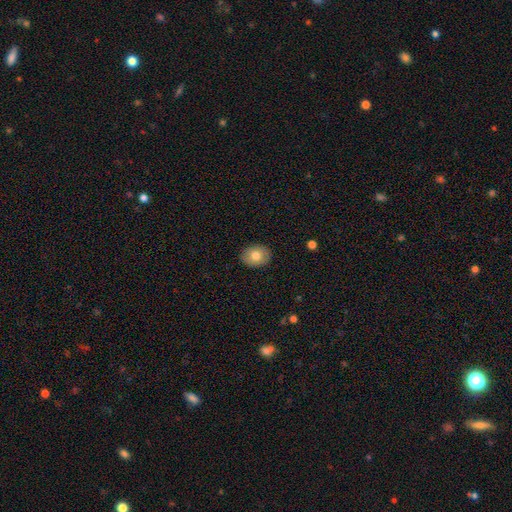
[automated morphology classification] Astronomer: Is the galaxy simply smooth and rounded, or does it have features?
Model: smooth — 78%.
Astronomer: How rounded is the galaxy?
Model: in between — 61% (runner-up: round, 38%).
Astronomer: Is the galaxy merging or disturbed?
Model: none — 89%.